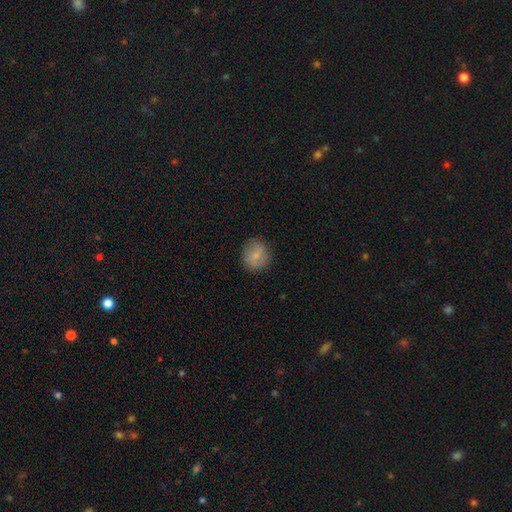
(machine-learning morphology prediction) smooth_or_featured: smooth (p=0.72) [alt: featured or disk p=0.21]
how_rounded: round (p=0.85) [alt: in between p=0.14]
merging: none (p=0.82) [alt: minor disturbance p=0.13]